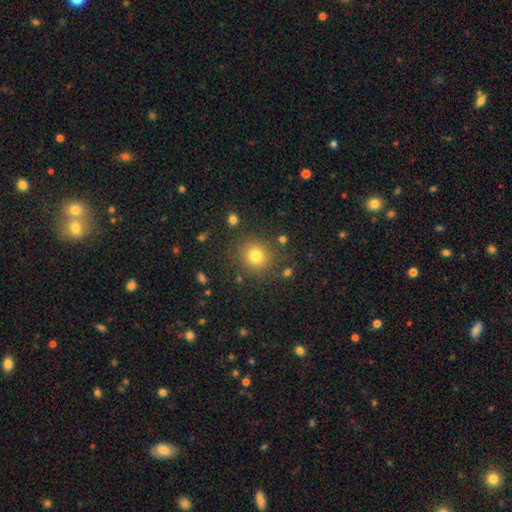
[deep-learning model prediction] Smooth or featured: smooth — 78% (star or artifact — 15%)
How rounded: round — 90% (in between — 9%)
Merging: none — 84% (minor disturbance — 9%)